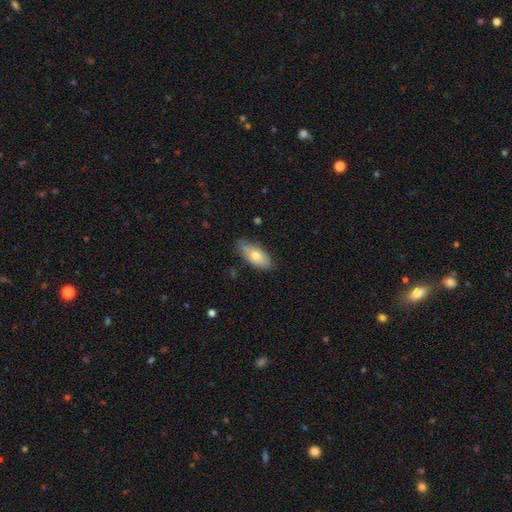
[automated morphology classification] smooth-or-featured: smooth: 69% | featured or disk: 24% | star or artifact: 7%
  how-rounded: in between: 85% | cigar-shaped: 12% | round: 3%
  merging: none: 74% | minor disturbance: 22% | major disturbance: 3% | merger: 1%